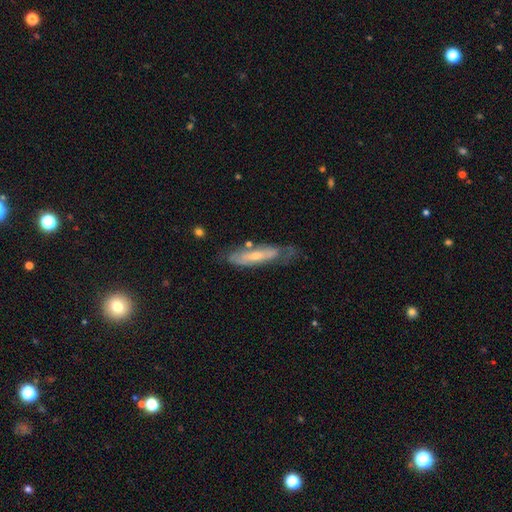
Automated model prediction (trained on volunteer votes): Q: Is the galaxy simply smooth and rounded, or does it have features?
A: featured or disk — 59%.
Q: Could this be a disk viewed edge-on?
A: no — 56%.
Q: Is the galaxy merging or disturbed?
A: none — 55%.